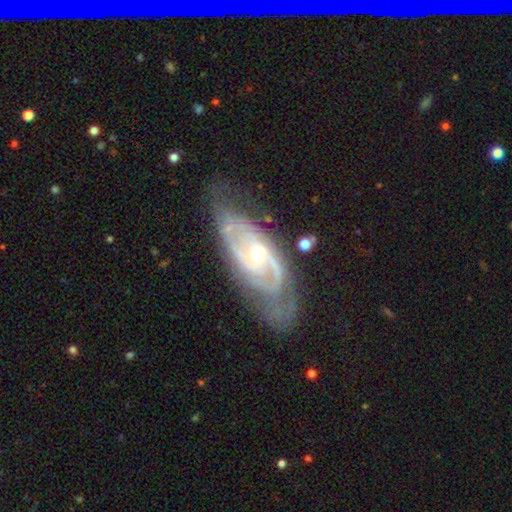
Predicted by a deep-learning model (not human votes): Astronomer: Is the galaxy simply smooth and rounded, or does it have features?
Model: featured or disk — 89%.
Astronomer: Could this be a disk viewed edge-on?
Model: no — 93%.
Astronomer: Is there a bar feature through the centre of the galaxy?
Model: no — 61%.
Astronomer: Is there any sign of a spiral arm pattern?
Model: yes — 96%.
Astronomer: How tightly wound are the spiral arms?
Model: tight — 54% (runner-up: medium, 38%).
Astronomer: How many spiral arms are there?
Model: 2 — 59%.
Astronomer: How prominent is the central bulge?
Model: small — 65%.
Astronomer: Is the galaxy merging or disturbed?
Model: none — 68%.